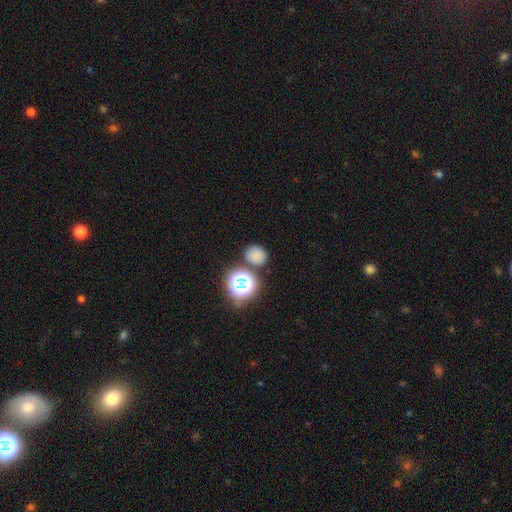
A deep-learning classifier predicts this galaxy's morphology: Q: Smooth or featured?
A: smooth (73%); runner-up: star or artifact (21%)
Q: How rounded?
A: round (61%); runner-up: in between (38%)
Q: Merging?
A: none (76%); runner-up: minor disturbance (10%)